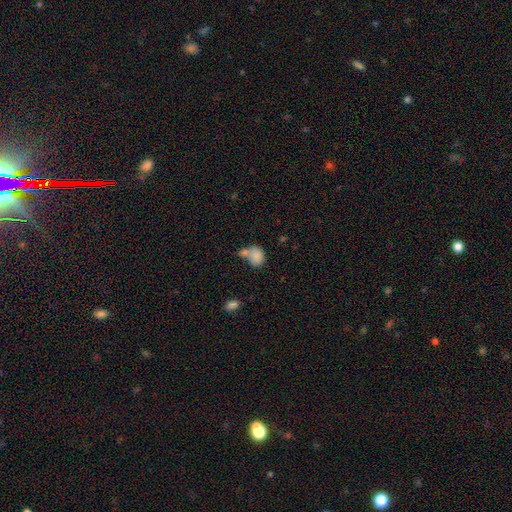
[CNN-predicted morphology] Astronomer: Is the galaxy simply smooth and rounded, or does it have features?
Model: smooth — 83%.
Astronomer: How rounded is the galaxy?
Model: in between — 55% (runner-up: round, 44%).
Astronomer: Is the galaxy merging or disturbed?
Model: merger — 49% (runner-up: none, 31%).